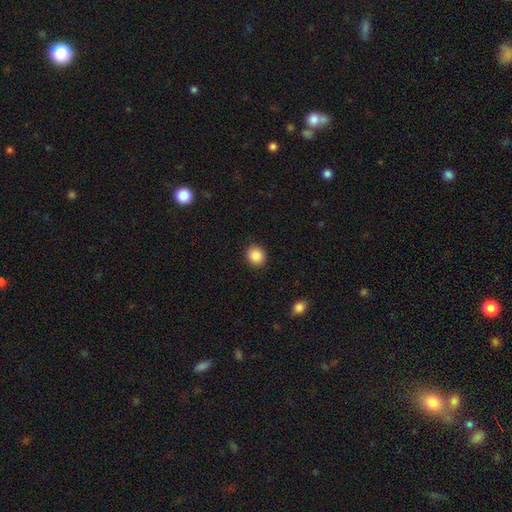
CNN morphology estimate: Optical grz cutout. It shows a smooth galaxy with no disk features (88%) that is round (82%). Merging: none (90%).